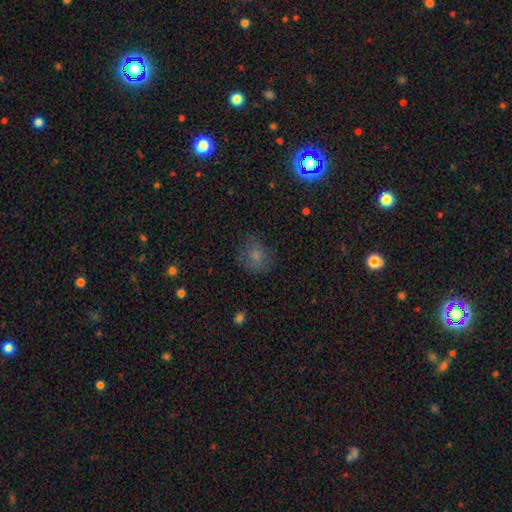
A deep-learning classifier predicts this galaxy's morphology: This is likely a smooth galaxy (75%). How rounded: likely round (73%). Merging: likely none (71%).